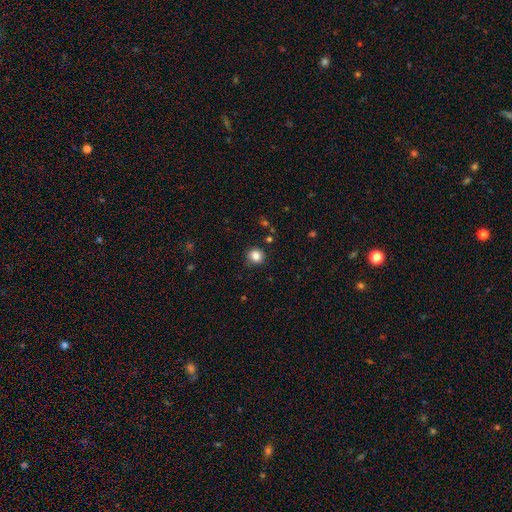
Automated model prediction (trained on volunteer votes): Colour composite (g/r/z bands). It shows a smooth galaxy with no disk features (84%) that is round (87%). Merging: none (86%).